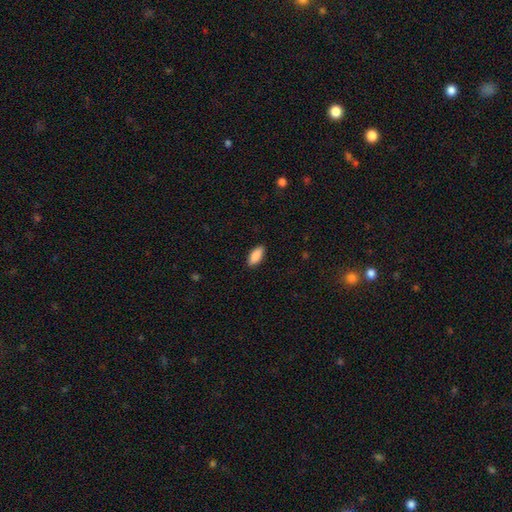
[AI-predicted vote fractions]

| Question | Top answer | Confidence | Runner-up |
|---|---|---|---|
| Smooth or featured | smooth | 88% | star or artifact (6%) |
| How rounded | in between | 85% | cigar-shaped (13%) |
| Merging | none | 89% | minor disturbance (8%) |